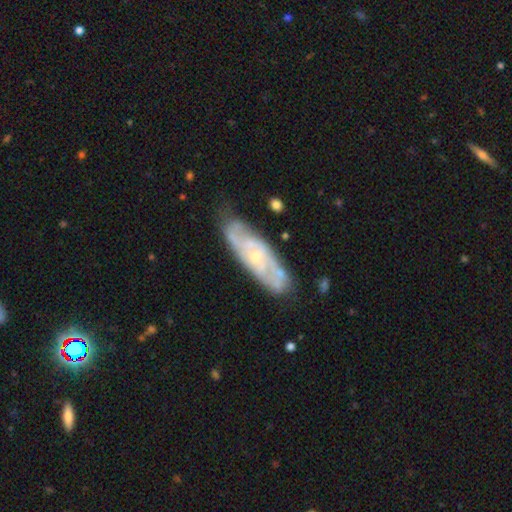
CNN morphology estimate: Overall: featured or disk (75%). Edge-on disk: no (83%). Bar: no (64%; weak 30%). Spiral arms: yes (86%). Spiral arm count: can't tell (42%; 2 36%). Spiral winding: tight (49%; medium 39%). Bulge size: small (62%; moderate 31%). Merging: none (72%).